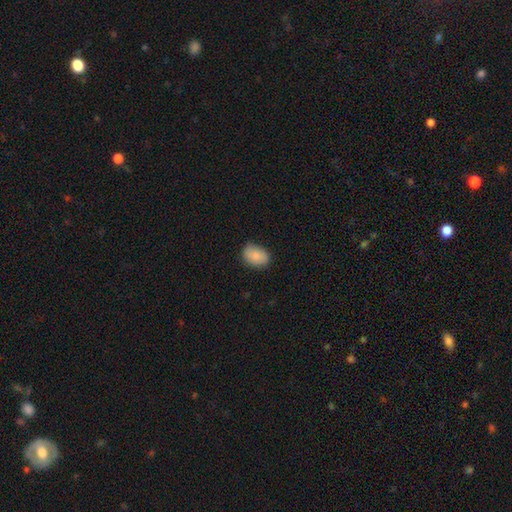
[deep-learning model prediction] Smooth or featured? Predicted: smooth (p=0.85). How rounded? Predicted: in between (p=0.80). Merging? Predicted: none (p=0.80).